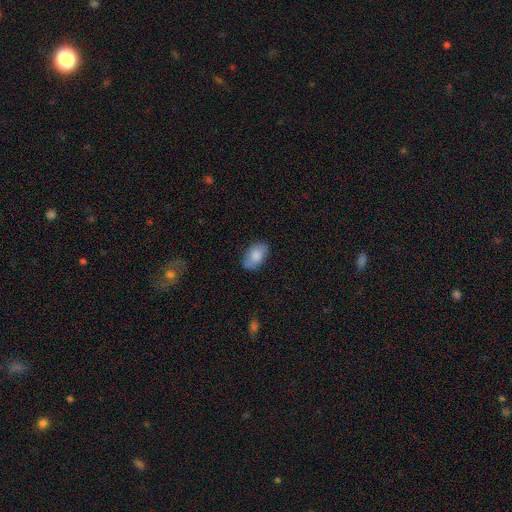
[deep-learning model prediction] A smooth galaxy with no disk features (79%) that is in between round and cigar-shaped (92%). Merging: none (80%).